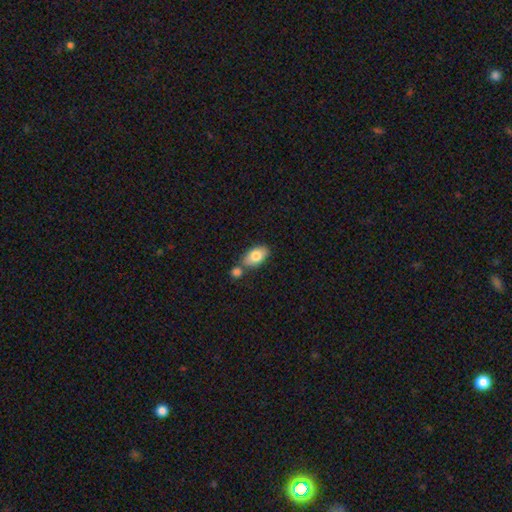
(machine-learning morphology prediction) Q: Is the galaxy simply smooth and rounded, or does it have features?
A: smooth — 79%.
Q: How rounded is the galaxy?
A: in between — 90%.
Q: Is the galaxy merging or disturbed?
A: none — 57%.